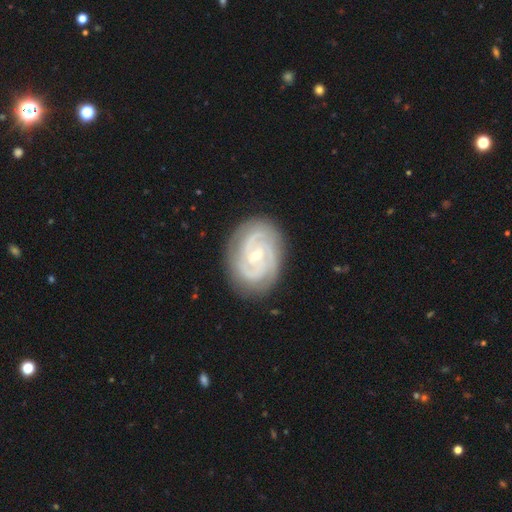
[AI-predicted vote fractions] Smooth or featured? featured or disk (89%)
Edge-on disk? no (98%)
Bar? no (52%)
Spiral arms? yes (98%)
Spiral winding? tight (68%)
Spiral arm count? 2 (41%)
Bulge size? small (68%)
Merging? none (83%)